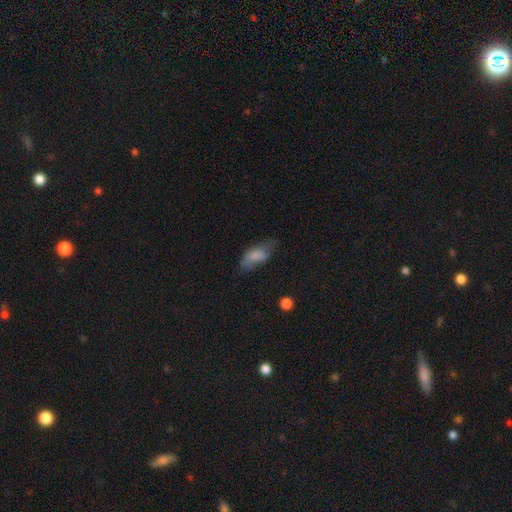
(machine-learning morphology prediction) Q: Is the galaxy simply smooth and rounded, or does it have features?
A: smooth — 73%.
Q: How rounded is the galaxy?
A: in between — 87%.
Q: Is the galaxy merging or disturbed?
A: none — 46%.